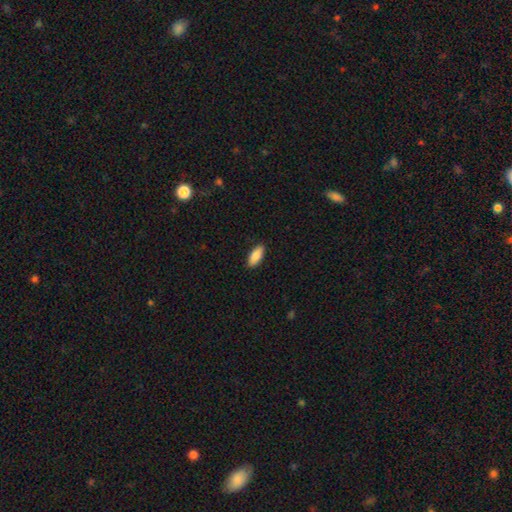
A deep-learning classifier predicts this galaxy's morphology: Smooth or featured: smooth — 89% (star or artifact — 6%)
How rounded: in between — 80% (cigar-shaped — 18%)
Merging: none — 89% (minor disturbance — 8%)